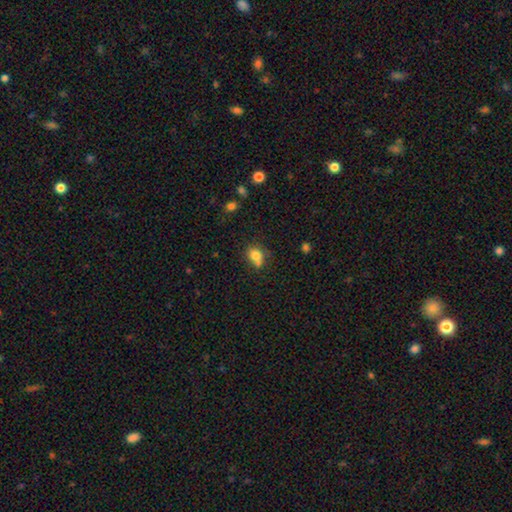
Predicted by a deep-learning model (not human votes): smooth-or-featured: smooth: 79% | star or artifact: 11% | featured or disk: 10%
  how-rounded: round: 62% | in between: 37% | cigar-shaped: 1%
  merging: none: 48% | merger: 28% | minor disturbance: 18% | major disturbance: 6%